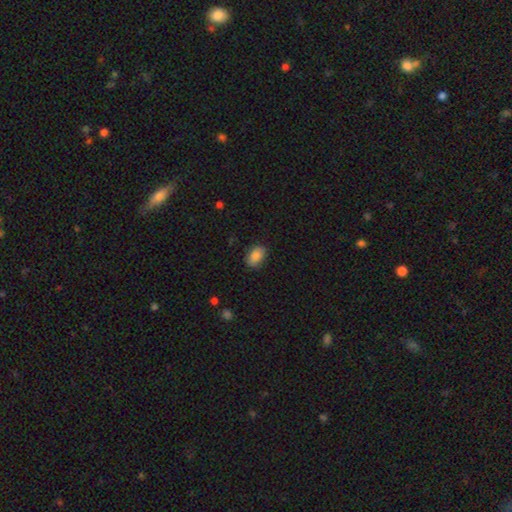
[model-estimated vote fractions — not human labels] Smooth or featured? Predicted: smooth (p=0.87). How rounded? Predicted: in between (p=0.84). Merging? Predicted: none (p=0.83).